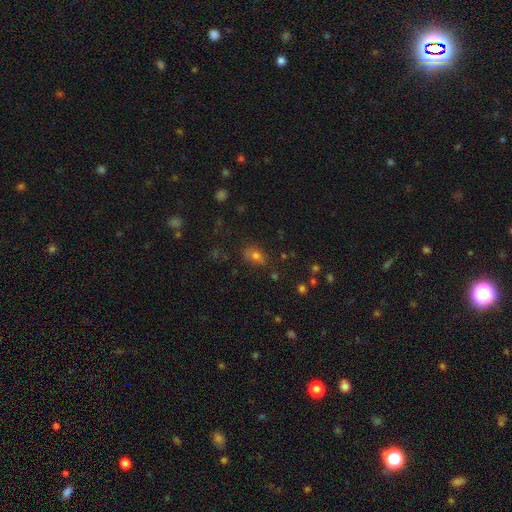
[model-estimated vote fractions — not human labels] smooth_or_featured: smooth (p=0.68) [alt: star or artifact p=0.20]
how_rounded: in between (p=0.70) [alt: round p=0.27]
merging: none (p=0.66) [alt: minor disturbance p=0.21]